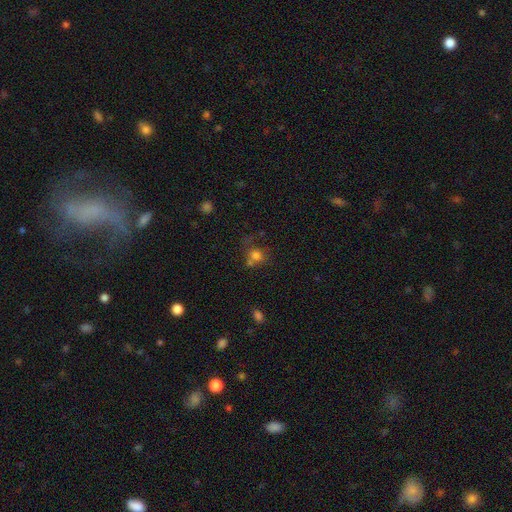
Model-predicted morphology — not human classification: smooth-or-featured: smooth: 74% | star or artifact: 15% | featured or disk: 11%
  how-rounded: round: 77% | in between: 21% | cigar-shaped: 1%
  merging: none: 49% | merger: 25% | minor disturbance: 16% | major disturbance: 10%